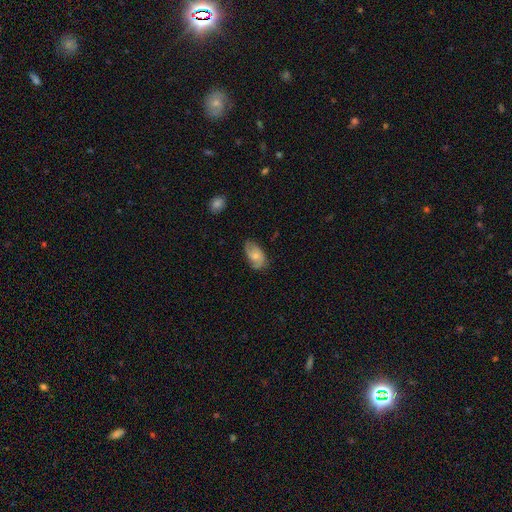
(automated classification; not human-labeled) A featured or disk galaxy (50%). Merging: none (66%).